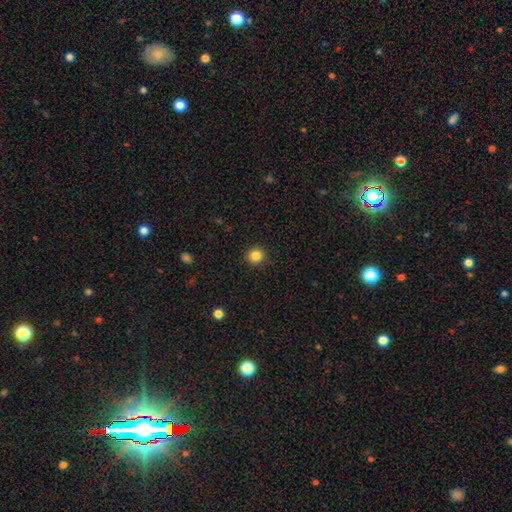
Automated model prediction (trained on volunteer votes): Overall: smooth (84%). How rounded: round (92%). Merging: none (89%).